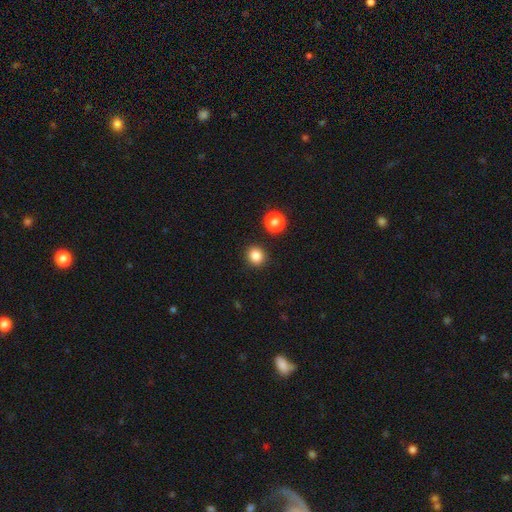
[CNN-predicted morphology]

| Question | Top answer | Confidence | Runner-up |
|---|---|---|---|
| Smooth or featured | smooth | 84% | star or artifact (12%) |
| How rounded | round | 86% | in between (13%) |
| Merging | none | 90% | minor disturbance (5%) |